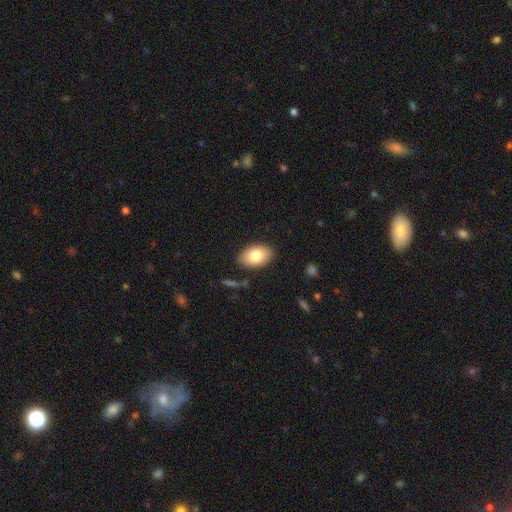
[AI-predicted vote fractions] Overall: smooth (79%). How rounded: in between (90%). Merging: none (85%).